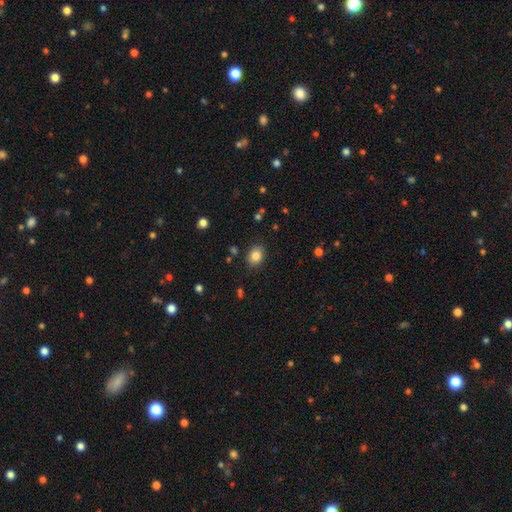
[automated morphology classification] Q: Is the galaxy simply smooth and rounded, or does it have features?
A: smooth — 84%.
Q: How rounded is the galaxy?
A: in between — 52%.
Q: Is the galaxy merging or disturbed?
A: none — 86%.